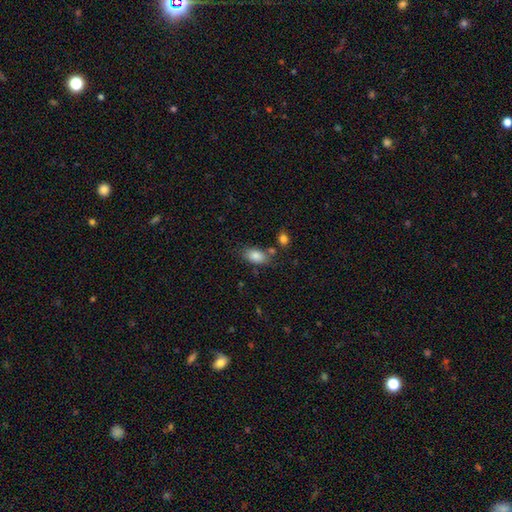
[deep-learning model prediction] A smooth galaxy with no disk features (84%) that is in between round and cigar-shaped (91%).

Vote fractions:
- Smooth or featured? smooth: 84% / featured or disk: 8% / star or artifact: 8%
- How rounded? in between: 91% / round: 6% / cigar-shaped: 3%
- Merging? none: 70% / minor disturbance: 16% / merger: 10% / major disturbance: 4%